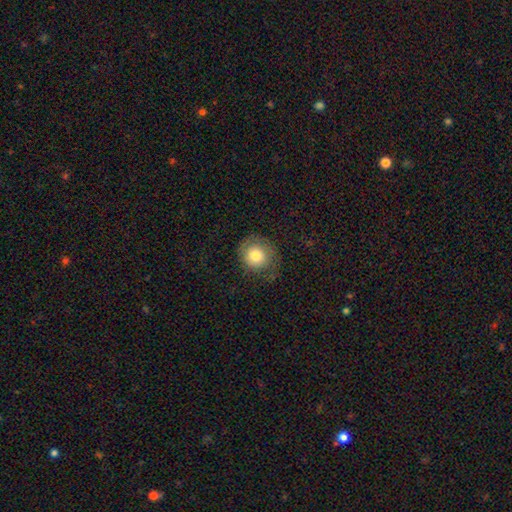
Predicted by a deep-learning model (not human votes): Smooth or featured? smooth (74%)
How rounded? round (86%)
Merging? none (65%)